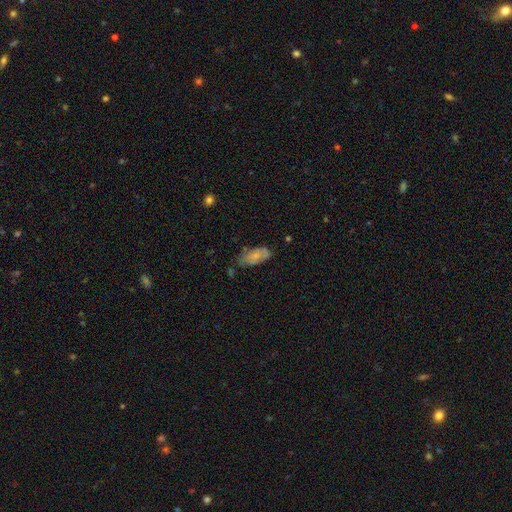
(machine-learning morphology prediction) Smooth or featured?
  - smooth: 70% *
  - featured or disk: 23%
  - star or artifact: 7%
How rounded?
  - in between: 87% *
  - cigar-shaped: 11%
  - round: 2%
Merging?
  - none: 62% *
  - minor disturbance: 26%
  - major disturbance: 6%
  - merger: 5%